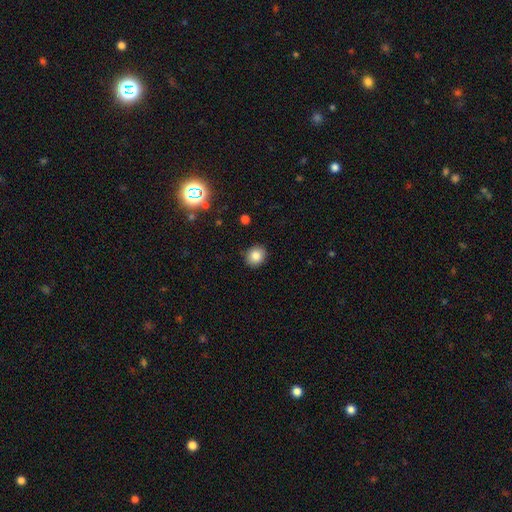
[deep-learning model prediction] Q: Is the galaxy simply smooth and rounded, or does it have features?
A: smooth — 84%.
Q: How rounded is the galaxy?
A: round — 75%.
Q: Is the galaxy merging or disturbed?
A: none — 90%.